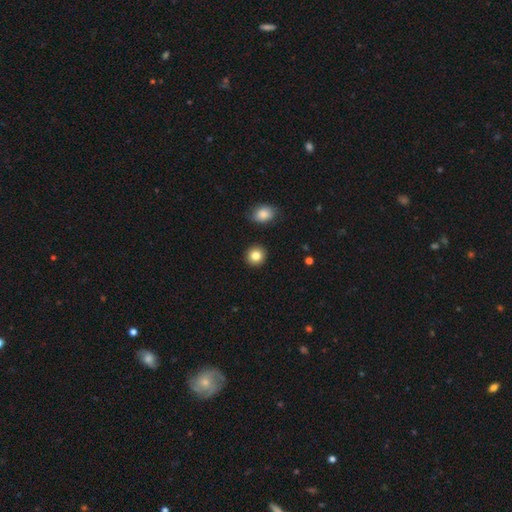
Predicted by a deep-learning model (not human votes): The model was most divided on "smooth or featured": smooth: 84%, star or artifact: 9%, featured or disk: 6%. More confident: merging — none (91%); how rounded — round (90%).